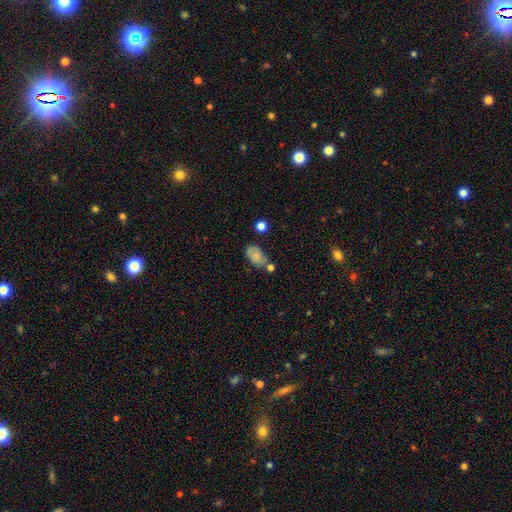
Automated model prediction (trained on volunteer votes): This appears to be a smooth galaxy with no disk features (70%) that is in between round and cigar-shaped (88%). Merging: none (43%).